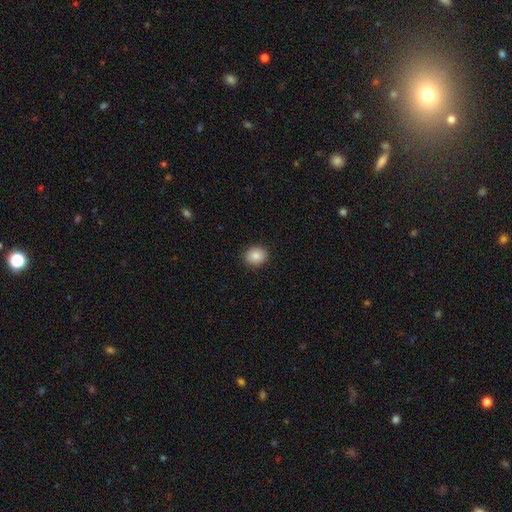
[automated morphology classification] smooth-or-featured: smooth: 87% | star or artifact: 9% | featured or disk: 5%
  how-rounded: round: 64% | in between: 35% | cigar-shaped: 1%
  merging: none: 90% | minor disturbance: 7% | major disturbance: 2% | merger: 1%